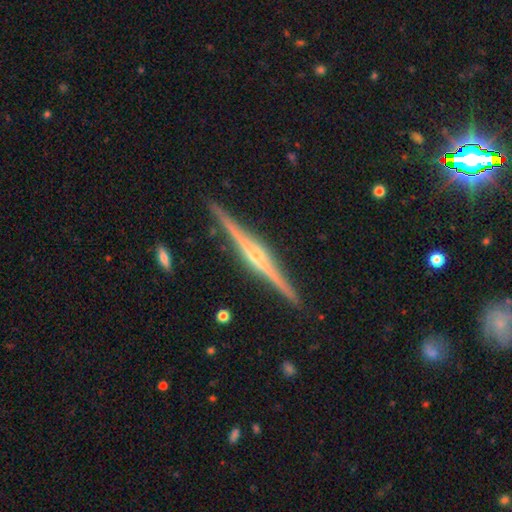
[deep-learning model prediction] Smooth or featured? featured or disk (87%)
Edge-on disk? yes (99%)
Edge-on bulge? rounded (84%)
Merging? none (91%)